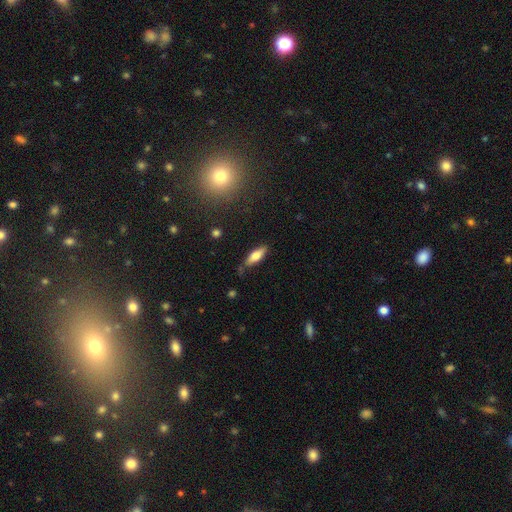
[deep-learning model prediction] This appears to be a smooth galaxy with no disk features (70%) that is in between round and cigar-shaped (56%). Merging: none (78%).